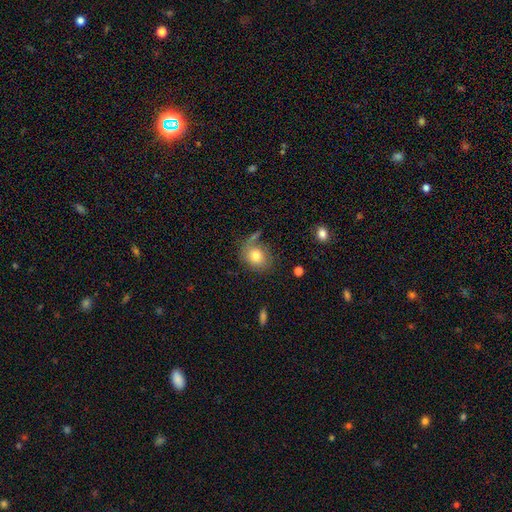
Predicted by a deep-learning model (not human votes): Smooth or featured: smooth — 77% (featured or disk — 14%)
How rounded: round — 60% (in between — 39%)
Merging: none — 61% (minor disturbance — 17%)